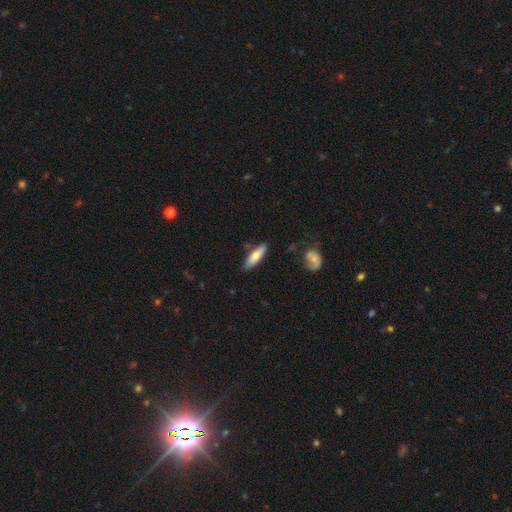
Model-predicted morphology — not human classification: Overall: smooth (75%). How rounded: cigar-shaped (53%; in between 46%). Merging: none (80%).